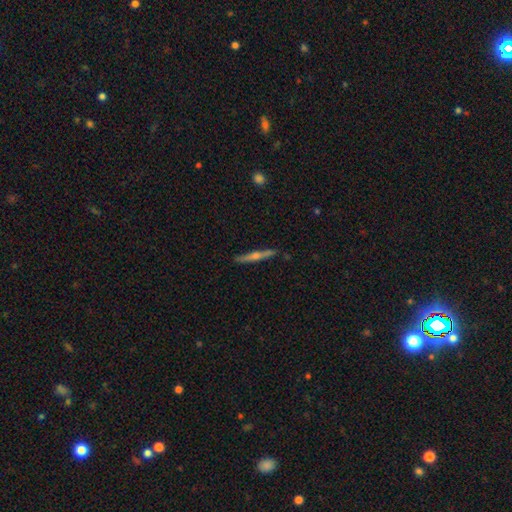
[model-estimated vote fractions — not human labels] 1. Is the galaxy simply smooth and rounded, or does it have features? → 70% featured or disk, 22% smooth, 7% star or artifact.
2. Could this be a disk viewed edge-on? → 96% yes, 4% no.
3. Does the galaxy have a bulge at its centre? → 84% rounded, 11% none, 5% boxy.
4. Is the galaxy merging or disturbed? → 88% none, 9% minor disturbance, 2% major disturbance, 2% merger.